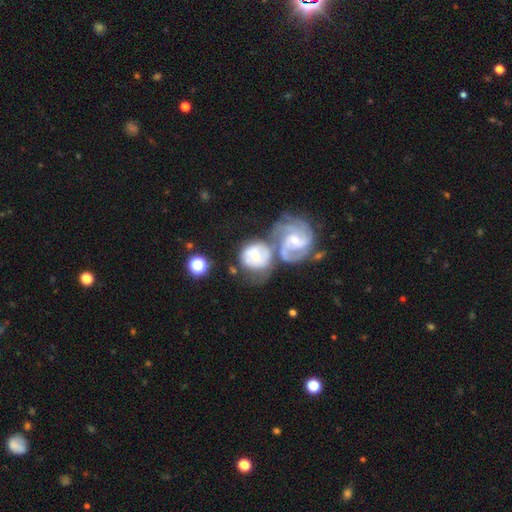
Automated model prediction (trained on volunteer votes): Q: Smooth or featured?
A: featured or disk (69%); runner-up: smooth (25%)
Q: Edge-on disk?
A: no (97%); runner-up: yes (3%)
Q: Bar?
A: no (66%); runner-up: weak (26%)
Q: Spiral arms?
A: yes (85%); runner-up: no (15%)
Q: Spiral winding?
A: tight (54%); runner-up: medium (36%)
Q: Spiral arm count?
A: 2 (34%); runner-up: can't tell (31%)
Q: Bulge size?
A: moderate (49%); runner-up: small (45%)
Q: Merging?
A: merger (58%); runner-up: none (22%)